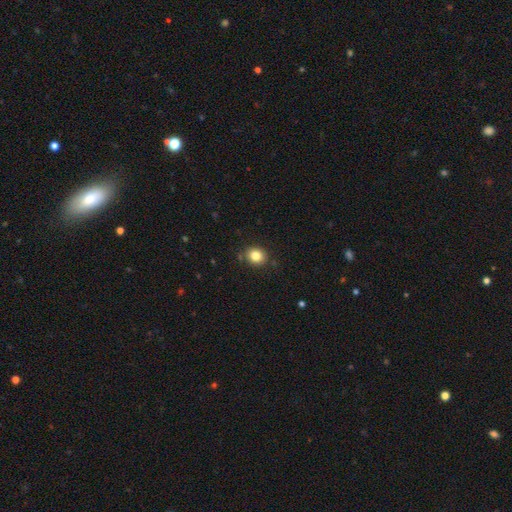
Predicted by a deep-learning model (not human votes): This is clearly a smooth galaxy (83%). How rounded: likely round (67%). Merging: clearly none (84%).